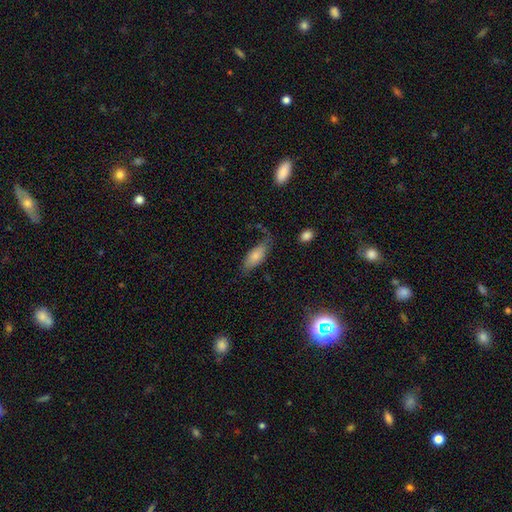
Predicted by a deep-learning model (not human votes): smooth-or-featured: smooth: 77% | featured or disk: 17% | star or artifact: 7%
  how-rounded: in between: 81% | cigar-shaped: 17% | round: 2%
  merging: none: 55% | minor disturbance: 30% | major disturbance: 12% | merger: 3%